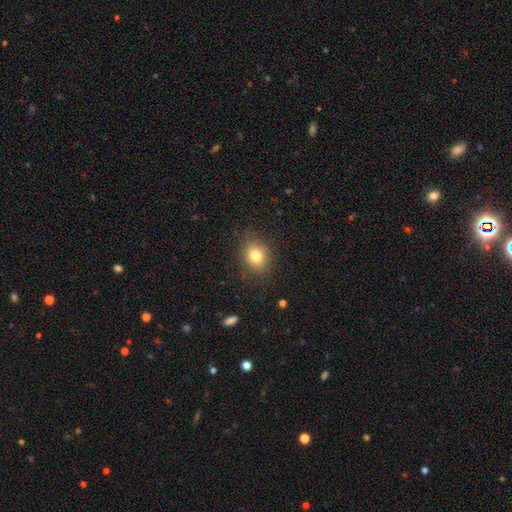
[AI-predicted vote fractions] A smooth galaxy with no disk features (81%) that is round (56%). Merging: none (83%).